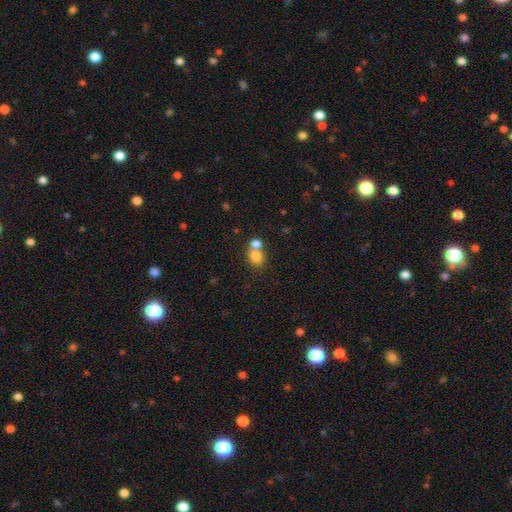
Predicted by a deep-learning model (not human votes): Overall: smooth (79%). How rounded: round (68%; in between 31%). Merging: merger (52%; none 38%).